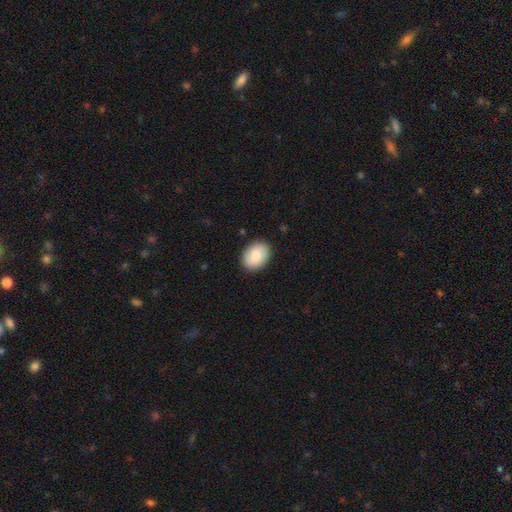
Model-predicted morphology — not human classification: This is clearly a smooth galaxy (86%). How rounded: likely in between (74%). Merging: clearly none (87%).